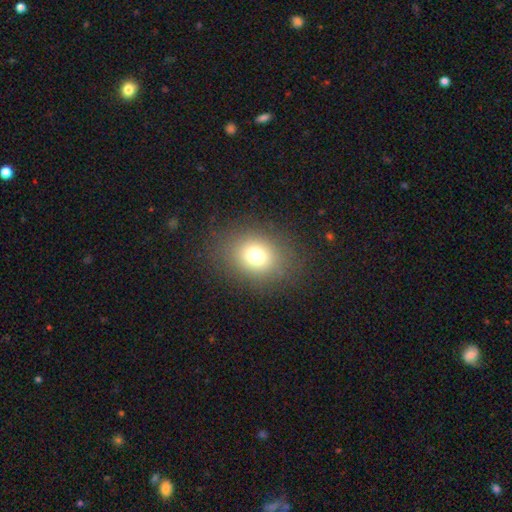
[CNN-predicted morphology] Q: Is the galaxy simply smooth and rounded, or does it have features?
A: smooth — 72%.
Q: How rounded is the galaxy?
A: round — 66%.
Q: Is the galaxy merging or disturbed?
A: none — 84%.